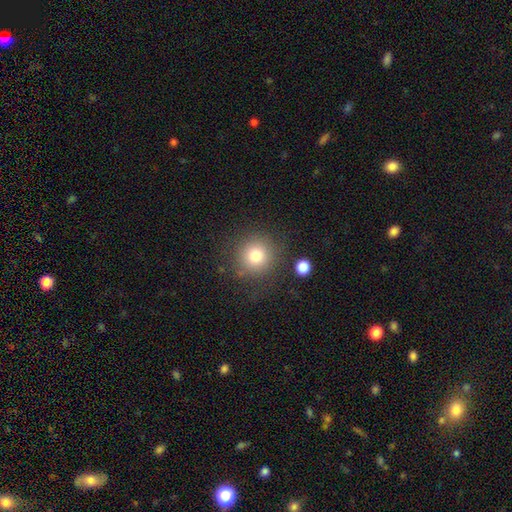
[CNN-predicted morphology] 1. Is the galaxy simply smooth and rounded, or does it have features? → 79% smooth, 12% star or artifact, 10% featured or disk.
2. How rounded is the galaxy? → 92% round, 7% in between, 1% cigar-shaped.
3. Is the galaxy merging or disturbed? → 81% none, 10% minor disturbance, 5% major disturbance, 4% merger.